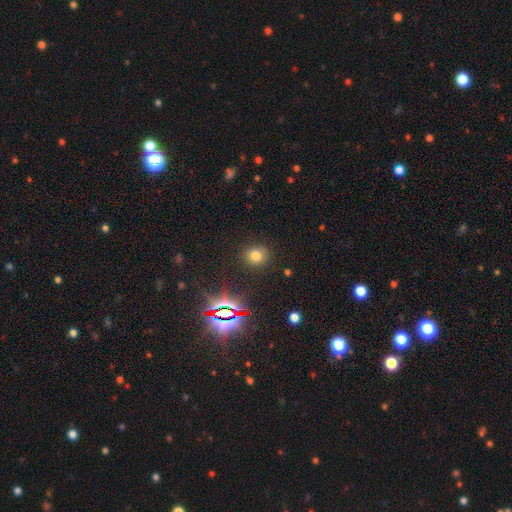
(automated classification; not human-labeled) Q: Smooth or featured?
A: smooth (72%); runner-up: star or artifact (21%)
Q: How rounded?
A: round (83%); runner-up: in between (16%)
Q: Merging?
A: none (88%); runner-up: minor disturbance (8%)